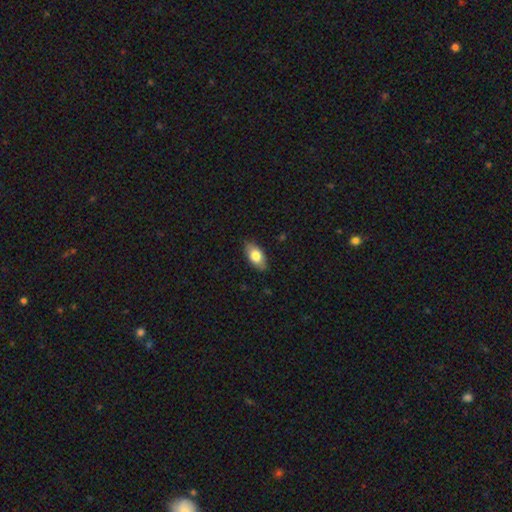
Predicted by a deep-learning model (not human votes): Smooth or featured?
  - smooth: 78% *
  - featured or disk: 16%
  - star or artifact: 6%
How rounded?
  - in between: 91% *
  - cigar-shaped: 5%
  - round: 4%
Merging?
  - none: 86% *
  - minor disturbance: 11%
  - major disturbance: 2%
  - merger: 1%